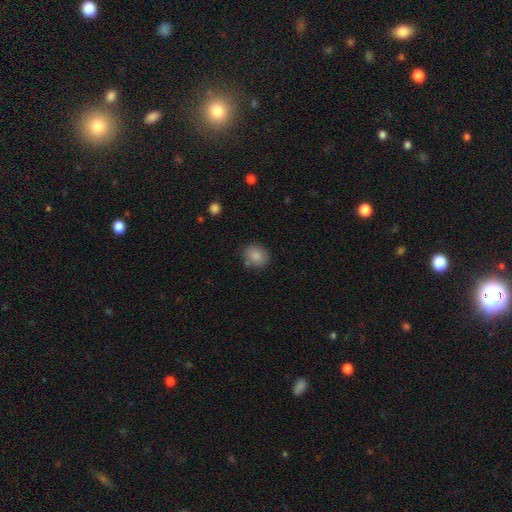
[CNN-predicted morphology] type=smooth (86%); roundness=round (64%); merging=none (78%).